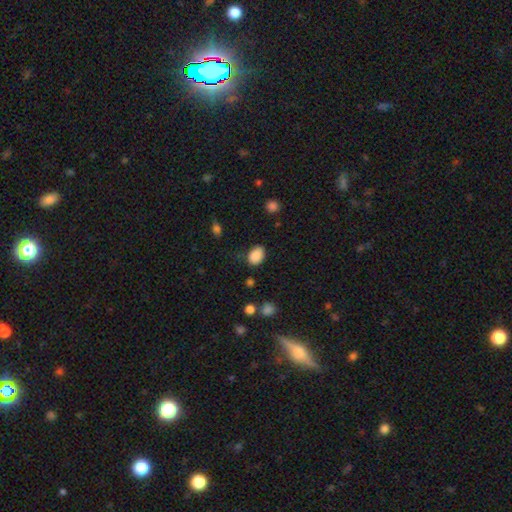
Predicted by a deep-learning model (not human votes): A smooth galaxy with no disk features (88%) that is in between round and cigar-shaped (79%). Merging: none (71%).